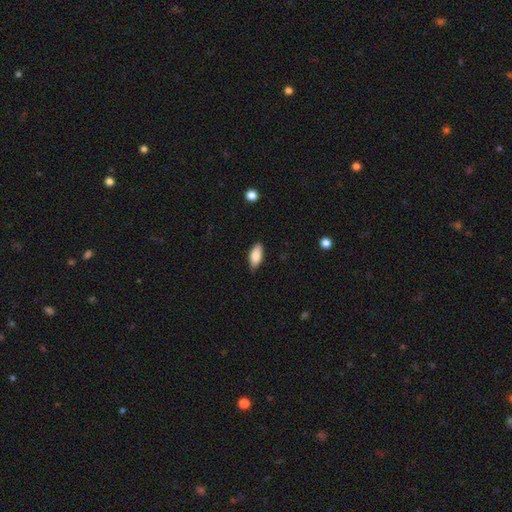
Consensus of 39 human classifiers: Q: Smooth or featured?
A: smooth (90%); runner-up: star or artifact (8%)
Q: How rounded?
A: in between (77%); runner-up: cigar-shaped (17%)
Q: Merging?
A: none (81%); runner-up: minor disturbance (17%)